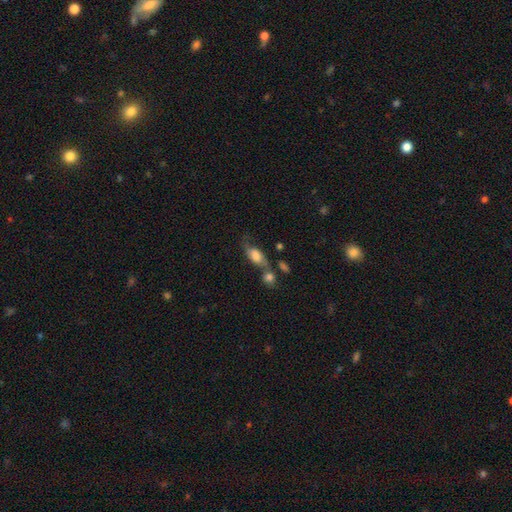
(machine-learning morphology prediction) Q: Smooth or featured?
A: smooth (59%); runner-up: featured or disk (32%)
Q: How rounded?
A: in between (80%); runner-up: cigar-shaped (11%)
Q: Merging?
A: merger (38%); runner-up: none (34%)